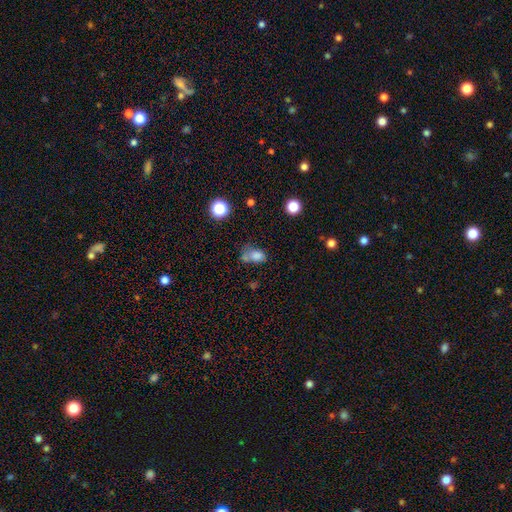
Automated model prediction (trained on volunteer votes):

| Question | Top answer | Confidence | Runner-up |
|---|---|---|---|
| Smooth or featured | smooth | 75% | star or artifact (14%) |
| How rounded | in between | 72% | round (27%) |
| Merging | none | 35% | merger (29%) |